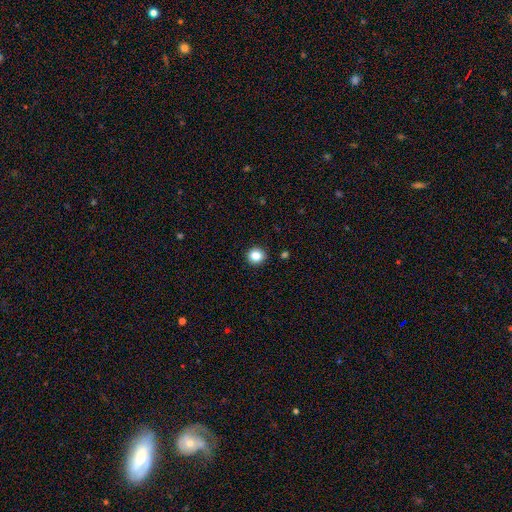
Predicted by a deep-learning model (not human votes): Q: Smooth or featured?
A: smooth (85%); runner-up: star or artifact (10%)
Q: How rounded?
A: round (90%); runner-up: in between (9%)
Q: Merging?
A: none (92%); runner-up: minor disturbance (5%)